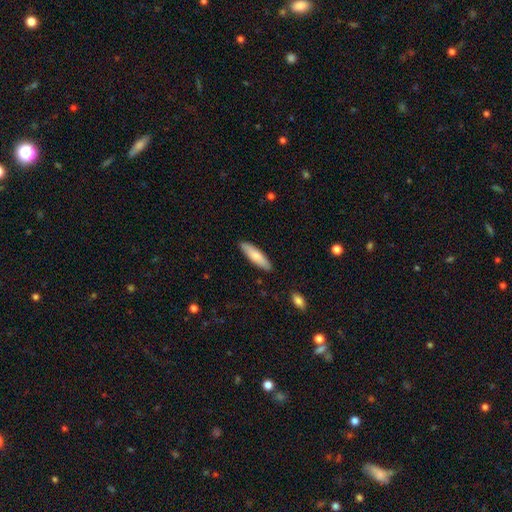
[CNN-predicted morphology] smooth 78%, featured or disk 16%, star or artifact 5%. Down the decision tree: how rounded — cigar-shaped (66%); merging — none (89%).